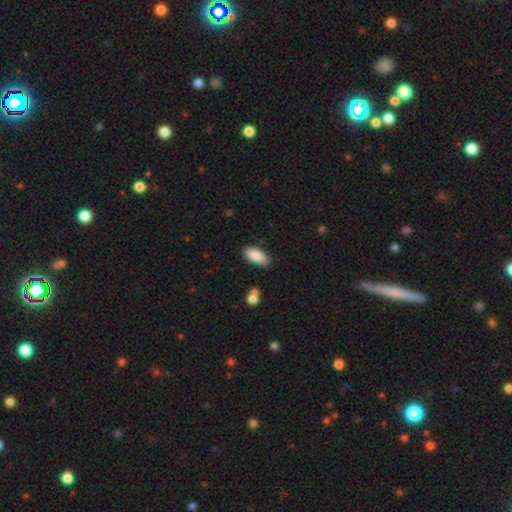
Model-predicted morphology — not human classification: Overall: smooth (88%). How rounded: in between (89%). Merging: none (82%).